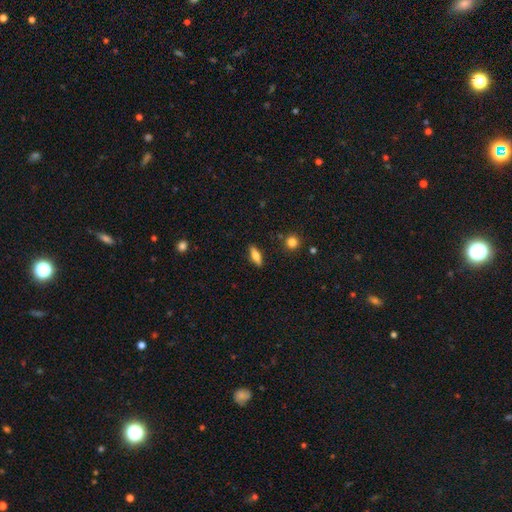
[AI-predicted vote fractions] This appears to be a smooth galaxy with no disk features (66%) that is in between round and cigar-shaped (62%). Merging: none (87%).